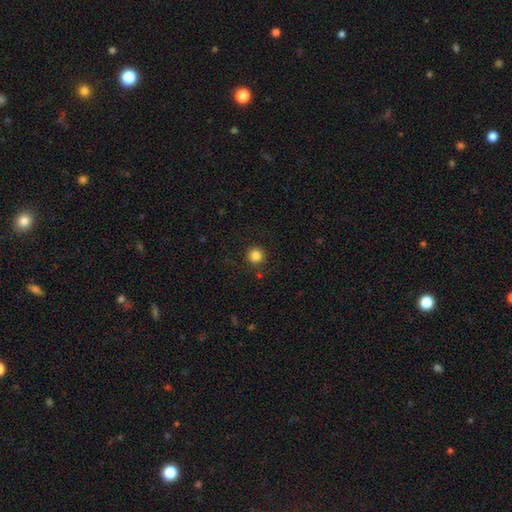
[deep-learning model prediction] Smooth or featured? Predicted: smooth (p=0.84). How rounded? Predicted: round (p=0.95). Merging? Predicted: none (p=0.90).